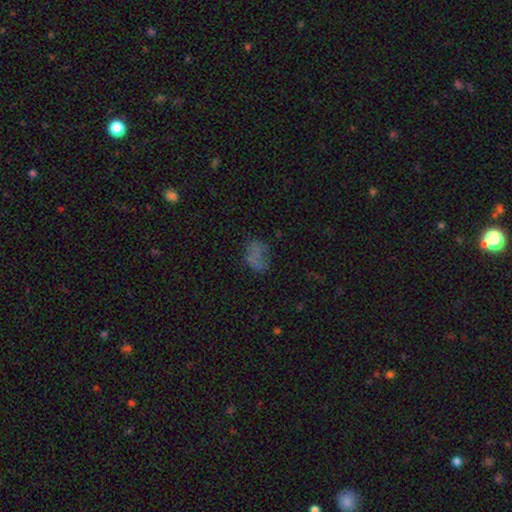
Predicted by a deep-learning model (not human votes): A smooth galaxy with no disk features (54%) that is in between round and cigar-shaped (77%).

Vote fractions:
- Smooth or featured? smooth: 54% / star or artifact: 24% / featured or disk: 21%
- How rounded? in between: 77% / round: 21% / cigar-shaped: 2%
- Merging? none: 50% / minor disturbance: 23% / major disturbance: 20% / merger: 6%